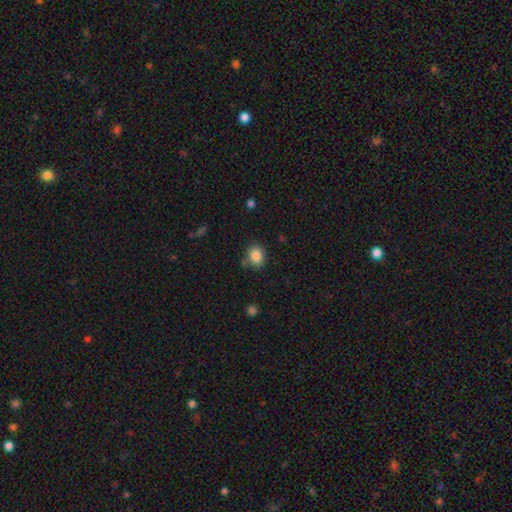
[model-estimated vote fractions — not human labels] Smooth or featured? smooth (85%)
How rounded? in between (50%)
Merging? none (76%)